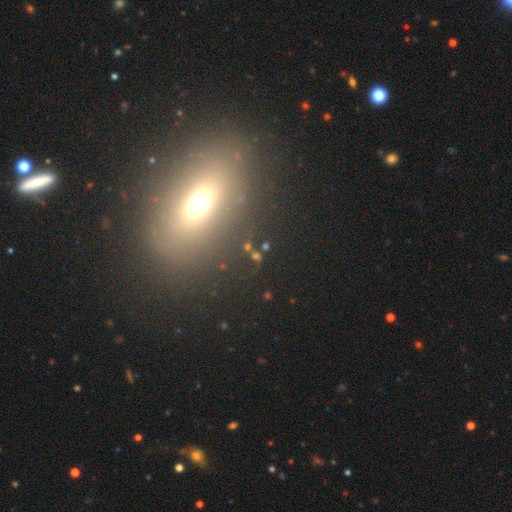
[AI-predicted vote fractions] Smooth or featured: smooth — 41% (star or artifact — 38%)
Merging: none — 81% (minor disturbance — 9%)